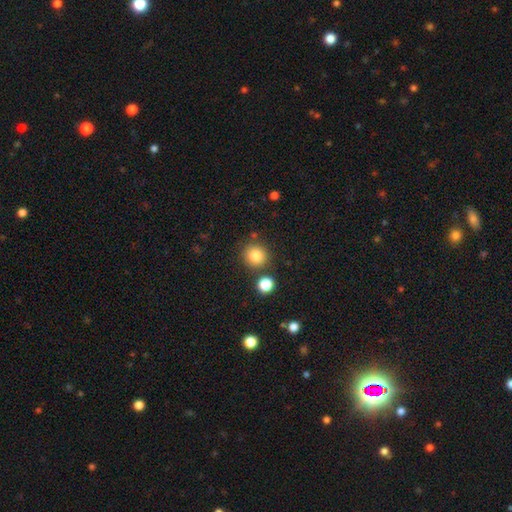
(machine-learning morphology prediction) smooth-or-featured: smooth: 83% | star or artifact: 11% | featured or disk: 6%
  how-rounded: round: 91% | in between: 8% | cigar-shaped: 1%
  merging: none: 81% | merger: 8% | minor disturbance: 8% | major disturbance: 3%